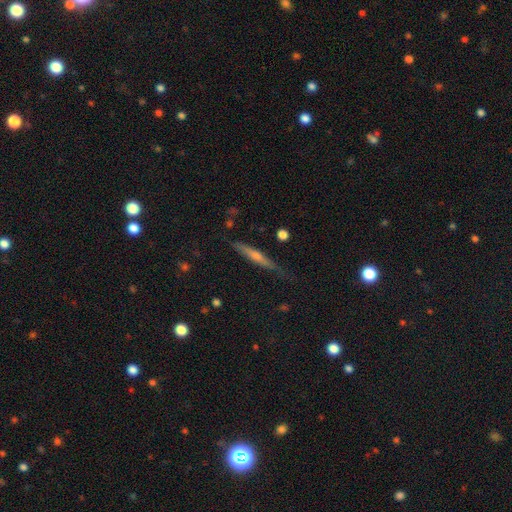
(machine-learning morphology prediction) Smooth or featured?
  - featured or disk: 56% *
  - smooth: 36%
  - star or artifact: 8%
Edge-on disk?
  - yes: 95% *
  - no: 5%
Edge-on bulge?
  - rounded: 65% *
  - none: 29%
  - boxy: 6%
Merging?
  - none: 75% *
  - minor disturbance: 19%
  - major disturbance: 4%
  - merger: 2%